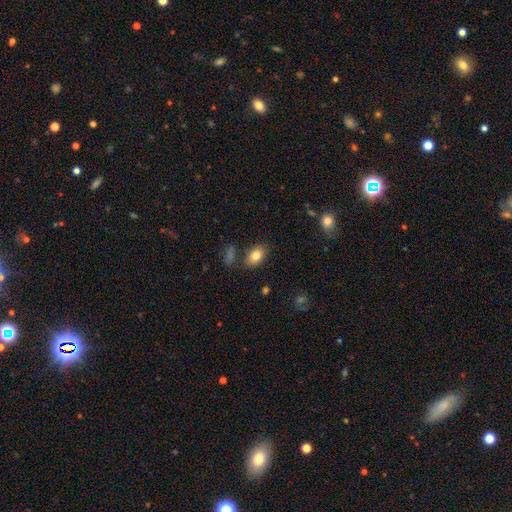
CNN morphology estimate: Q: Smooth or featured?
A: smooth (81%); runner-up: featured or disk (10%)
Q: How rounded?
A: in between (86%); runner-up: round (13%)
Q: Merging?
A: none (81%); runner-up: minor disturbance (12%)